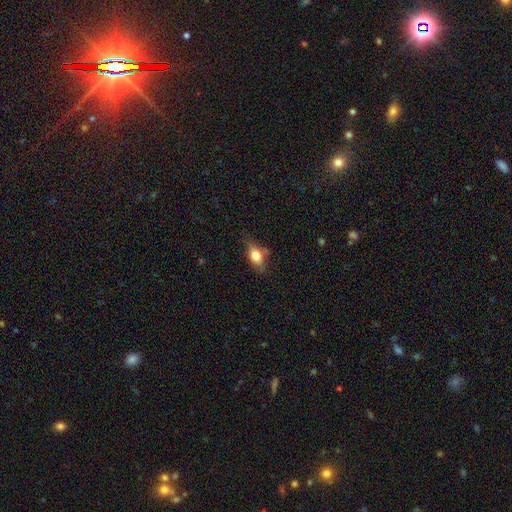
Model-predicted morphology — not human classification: A smooth galaxy with no disk features (73%) that is in between round and cigar-shaped (79%). Merging: none (63%).